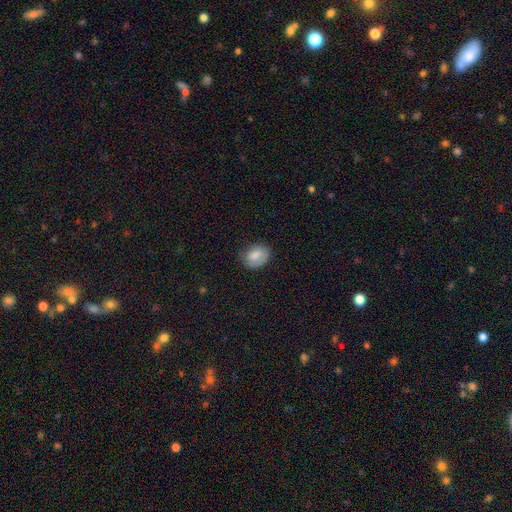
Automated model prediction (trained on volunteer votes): Morphology: type=smooth (77%); roundness=in between (68%); merging=none (68%).